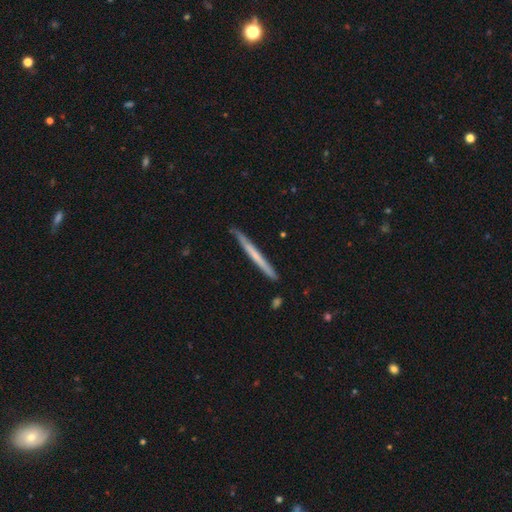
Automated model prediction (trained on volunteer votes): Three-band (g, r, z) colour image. It shows a smooth galaxy with no disk features (51%) that is cigar-shaped (97%). Merging: none (87%).